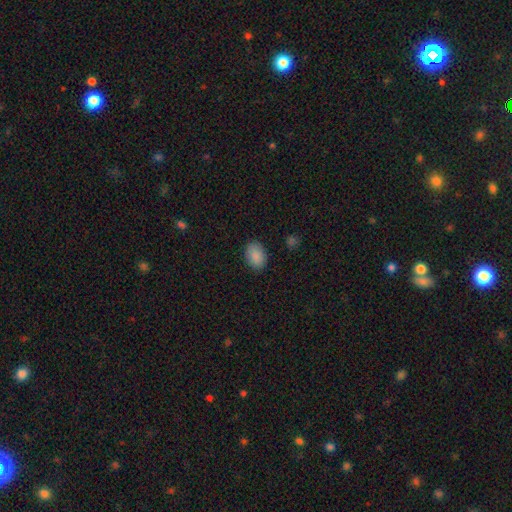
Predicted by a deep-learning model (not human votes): Smooth or featured? Predicted: smooth (p=0.89). How rounded? Predicted: in between (p=0.84). Merging? Predicted: none (p=0.86).